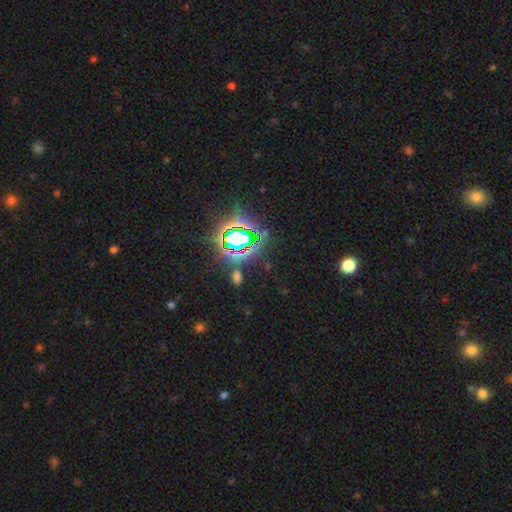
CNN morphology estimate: Overall: star or artifact (83%).